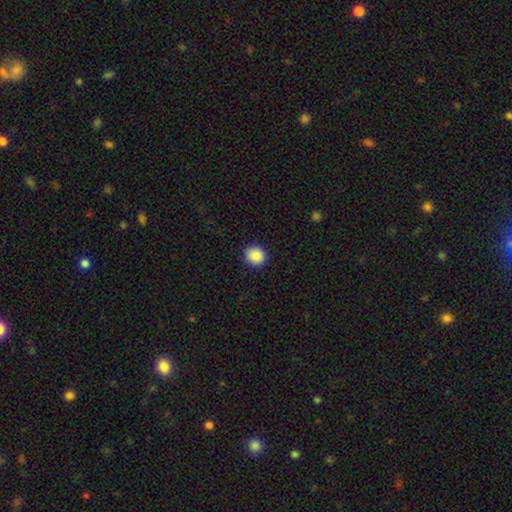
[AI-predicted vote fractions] A smooth galaxy with no disk features (89%) that is round (85%). Merging: none (90%).